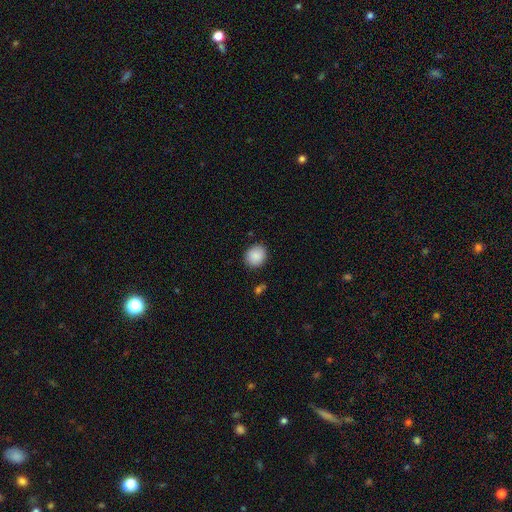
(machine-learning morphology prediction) This is clearly a smooth galaxy (88%). How rounded: likely round (71%). Merging: clearly none (86%).